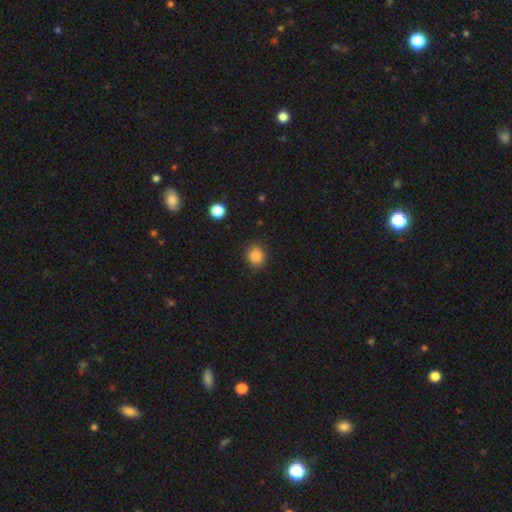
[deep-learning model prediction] Q: Smooth or featured?
A: smooth (86%); runner-up: star or artifact (10%)
Q: How rounded?
A: round (74%); runner-up: in between (25%)
Q: Merging?
A: none (85%); runner-up: minor disturbance (11%)